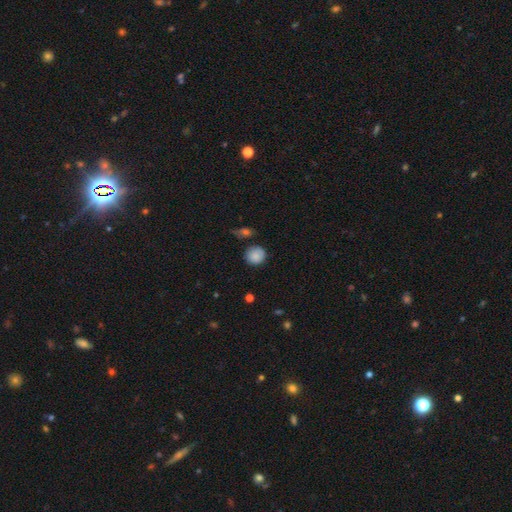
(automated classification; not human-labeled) A smooth galaxy with no disk features (83%) that is round (87%). Merging: none (75%).